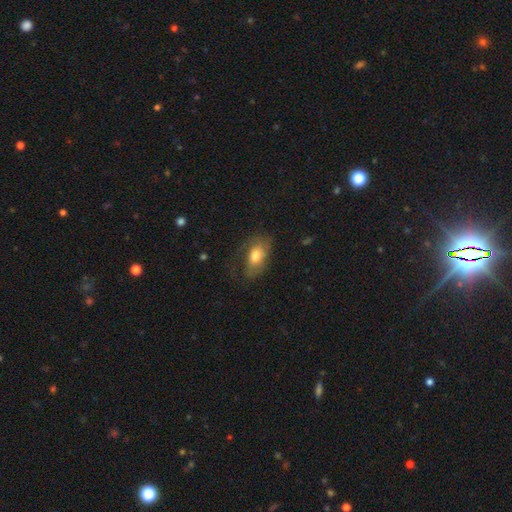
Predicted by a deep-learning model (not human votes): A smooth galaxy with no disk features (63%) that is in between round and cigar-shaped (89%). Merging: none (52%).